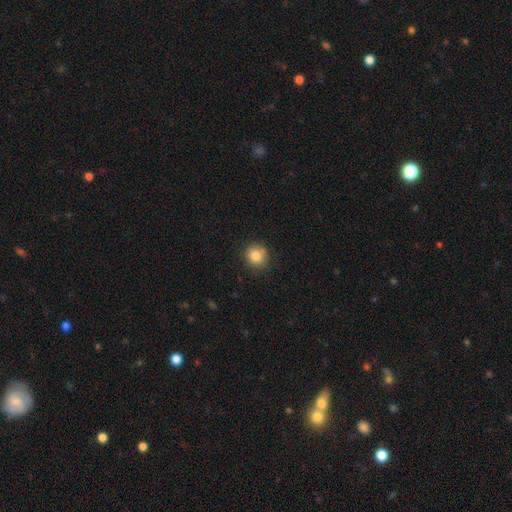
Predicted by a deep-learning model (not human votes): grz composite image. It shows a smooth galaxy with no disk features (84%) that is round (84%). Merging: none (78%).